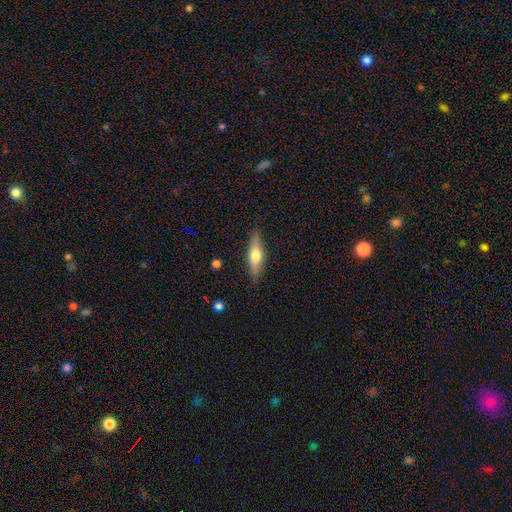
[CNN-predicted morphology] The model was most divided on "smooth or featured": smooth: 50%, featured or disk: 44%, star or artifact: 6%. More confident: merging — none (87%); how rounded — cigar-shaped (59%).